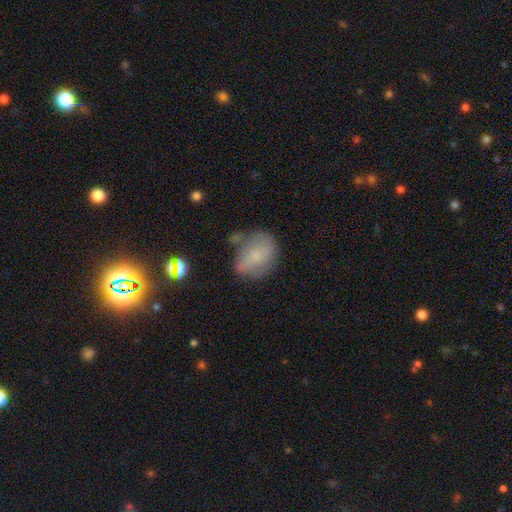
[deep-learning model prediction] A smooth galaxy with no disk features (64%) that is in between round and cigar-shaped (58%). Merging: none (51%).